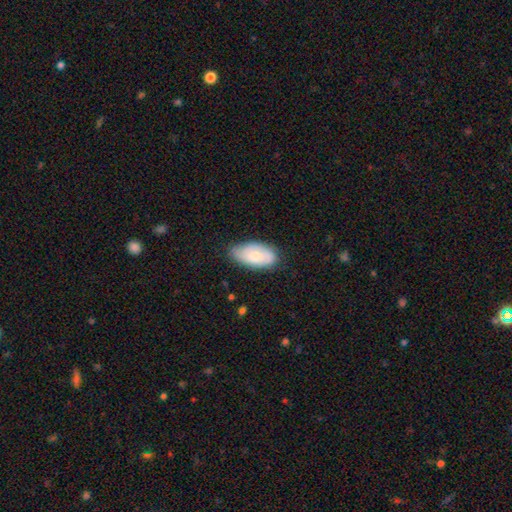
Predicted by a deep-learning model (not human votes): Smooth or featured? Predicted: smooth (p=0.66). How rounded? Predicted: in between (p=0.93). Merging? Predicted: none (p=0.68).